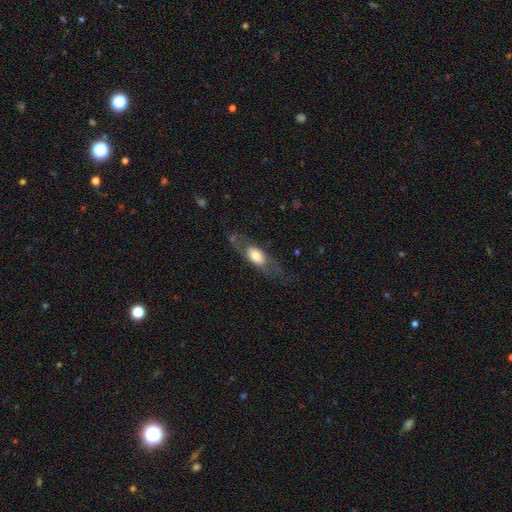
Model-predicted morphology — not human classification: Smooth or featured?
  - smooth: 48% *
  - featured or disk: 45%
  - star or artifact: 7%
Merging?
  - none: 66% *
  - minor disturbance: 17%
  - major disturbance: 15%
  - merger: 2%